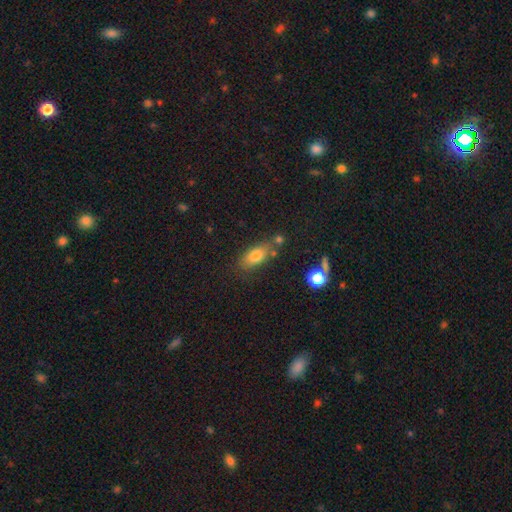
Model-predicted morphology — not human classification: type=smooth (77%); roundness=in between (82%); merging=none (68%).